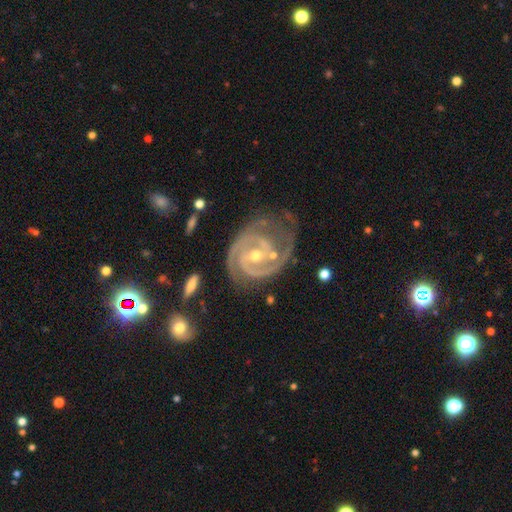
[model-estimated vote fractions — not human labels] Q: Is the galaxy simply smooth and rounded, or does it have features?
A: featured or disk — 93%.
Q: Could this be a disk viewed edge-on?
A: no — 98%.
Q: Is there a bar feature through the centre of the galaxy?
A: no — 40%, tied with weak.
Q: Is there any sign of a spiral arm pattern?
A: yes — 98%.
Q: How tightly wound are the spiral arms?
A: tight — 59%.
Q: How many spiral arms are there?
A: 2 — 70%.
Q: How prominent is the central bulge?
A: moderate — 51%.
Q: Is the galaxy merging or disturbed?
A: none — 53%.